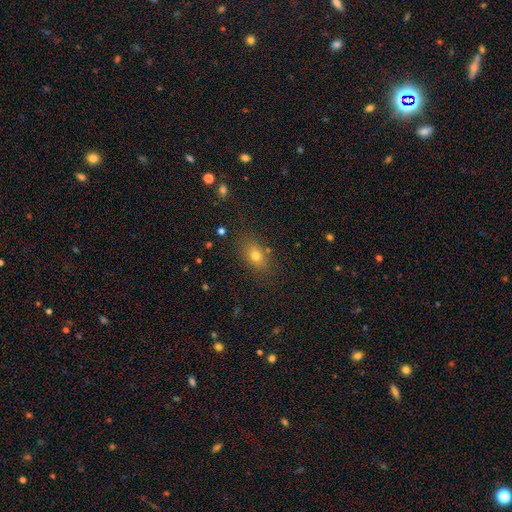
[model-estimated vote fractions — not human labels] A smooth galaxy with no disk features (74%) that is in between round and cigar-shaped (74%).

Vote fractions:
- Smooth or featured? smooth: 74% / star or artifact: 15% / featured or disk: 11%
- How rounded? in between: 74% / round: 23% / cigar-shaped: 3%
- Merging? none: 82% / minor disturbance: 12% / major disturbance: 4% / merger: 3%